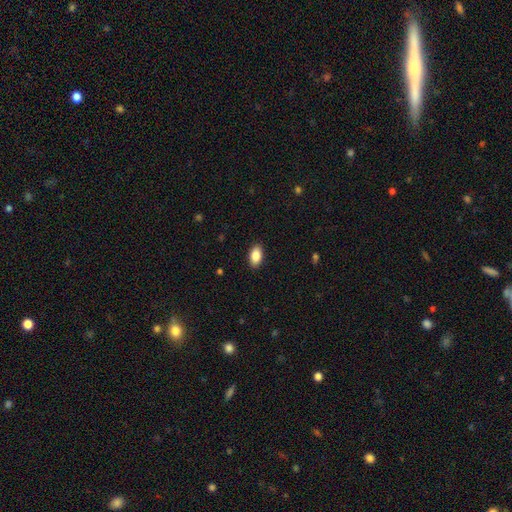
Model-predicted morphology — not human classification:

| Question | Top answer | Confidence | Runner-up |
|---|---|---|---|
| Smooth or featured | smooth | 86% | star or artifact (7%) |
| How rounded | in between | 93% | round (4%) |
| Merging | none | 90% | minor disturbance (7%) |